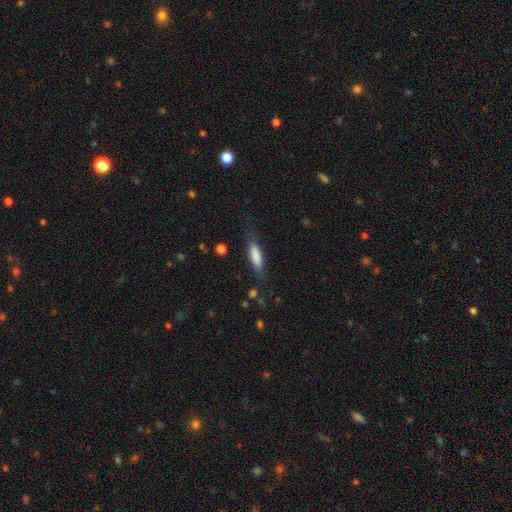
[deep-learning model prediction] A smooth galaxy with no disk features (77%) that is cigar-shaped (56%).

Vote fractions:
- Smooth or featured? smooth: 77% / featured or disk: 16% / star or artifact: 6%
- How rounded? cigar-shaped: 56% / in between: 42% / round: 2%
- Merging? none: 70% / minor disturbance: 19% / major disturbance: 8% / merger: 2%